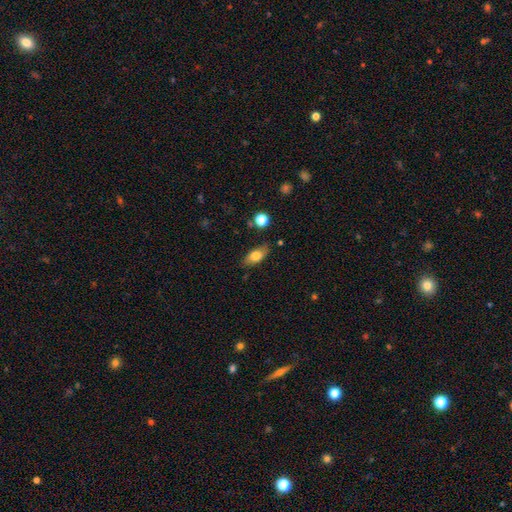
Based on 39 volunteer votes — smooth_or_featured: smooth (p=0.79) [alt: featured or disk p=0.18]
how_rounded: in between (p=0.84) [alt: cigar-shaped p=0.10]
merging: none (p=0.76) [alt: minor disturbance p=0.24]